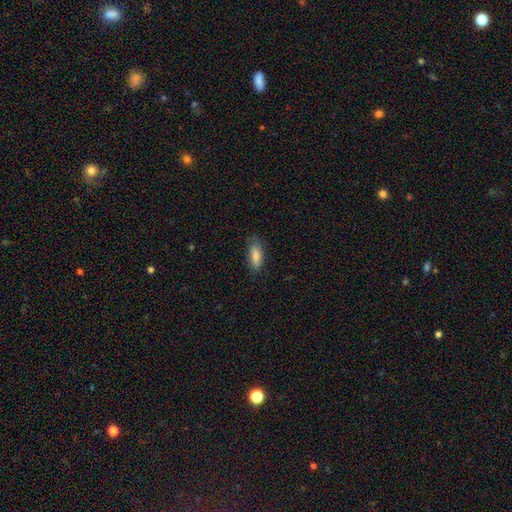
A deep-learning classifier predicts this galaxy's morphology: Smooth or featured? Predicted: smooth (p=0.80). How rounded? Predicted: in between (p=0.72). Merging? Predicted: none (p=0.77).